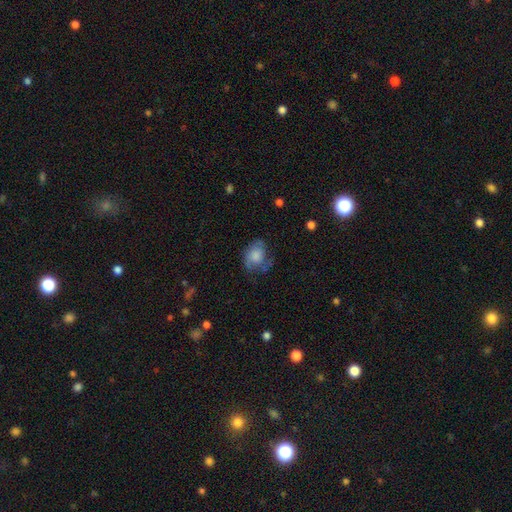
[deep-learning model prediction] This appears to be a smooth galaxy with no disk features (60%) that is in between round and cigar-shaped (52%). Merging: none (49%).